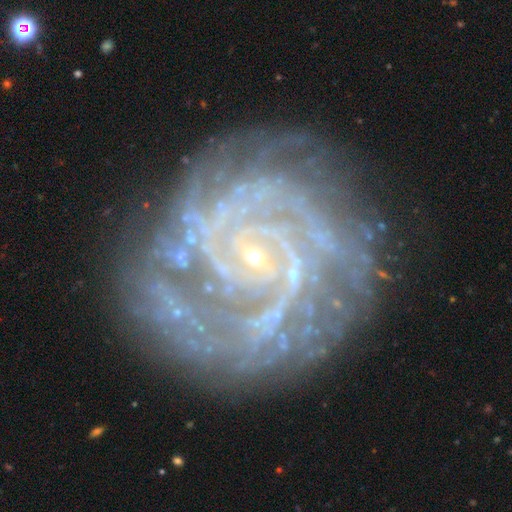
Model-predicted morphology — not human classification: Smooth or featured: featured or disk — 89% (star or artifact — 6%)
Edge-on disk: no — 98% (yes — 2%)
Bar: no — 63% (weak — 26%)
Spiral arms: yes — 98% (no — 2%)
Spiral winding: tight — 77% (medium — 20%)
Spiral arm count: 2 — 26% (can't tell — 19%)
Bulge size: small — 85% (moderate — 8%)
Merging: none — 75% (minor disturbance — 15%)